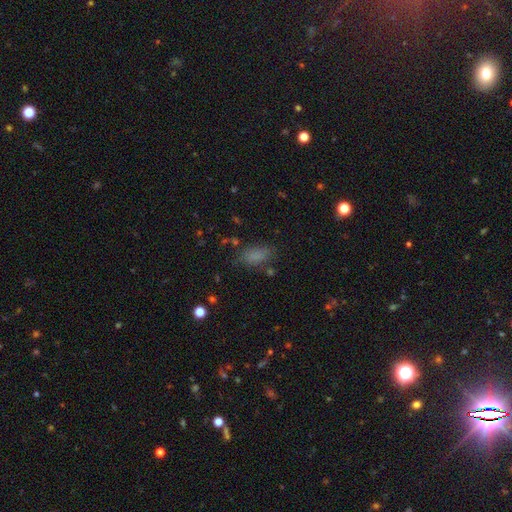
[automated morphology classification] type=smooth (79%); roundness=in between (87%); merging=none (73%).